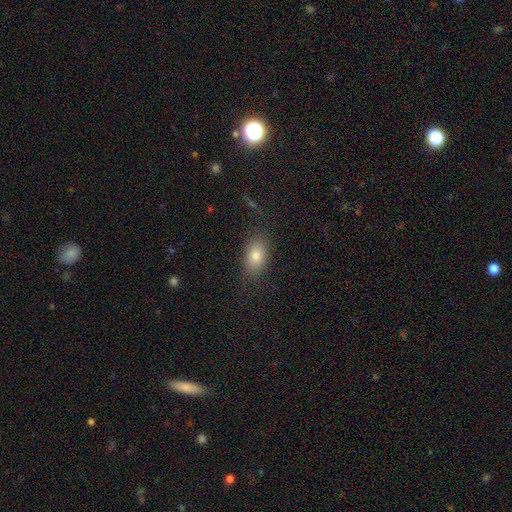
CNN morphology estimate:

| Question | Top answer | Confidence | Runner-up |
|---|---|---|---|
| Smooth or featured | smooth | 79% | featured or disk (11%) |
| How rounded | in between | 85% | round (12%) |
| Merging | none | 82% | minor disturbance (12%) |